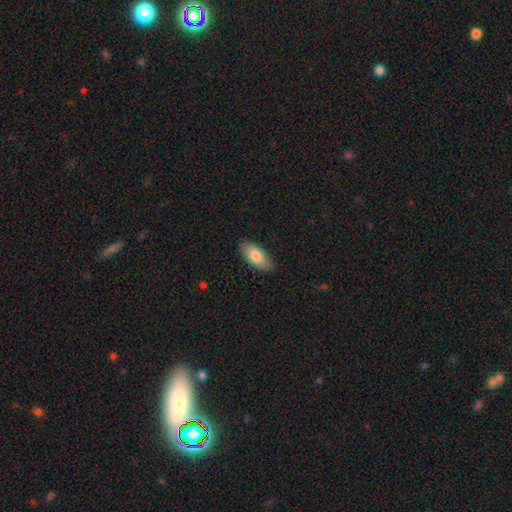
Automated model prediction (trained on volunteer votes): Smooth or featured: smooth — 80% (featured or disk — 14%)
How rounded: in between — 90% (cigar-shaped — 7%)
Merging: none — 87% (minor disturbance — 10%)